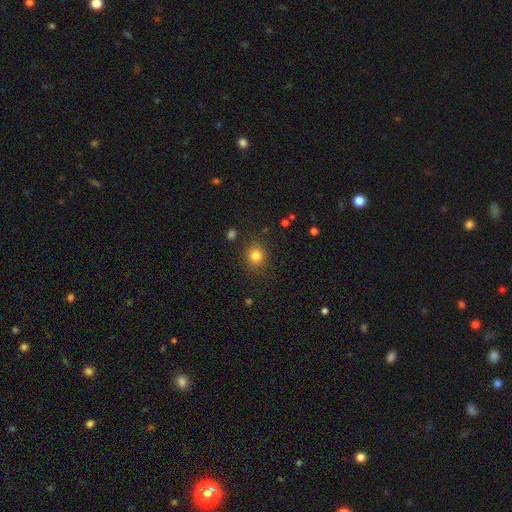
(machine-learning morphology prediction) This appears to be a smooth galaxy with no disk features (82%) that is round (87%). Merging: none (87%).